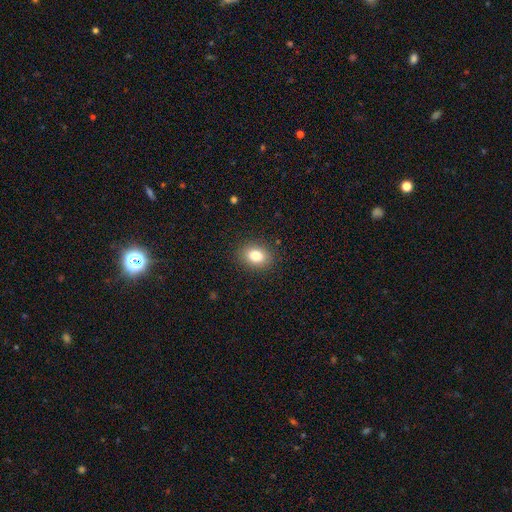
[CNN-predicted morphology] Overall: smooth (82%). How rounded: in between (67%; round 32%). Merging: none (87%).